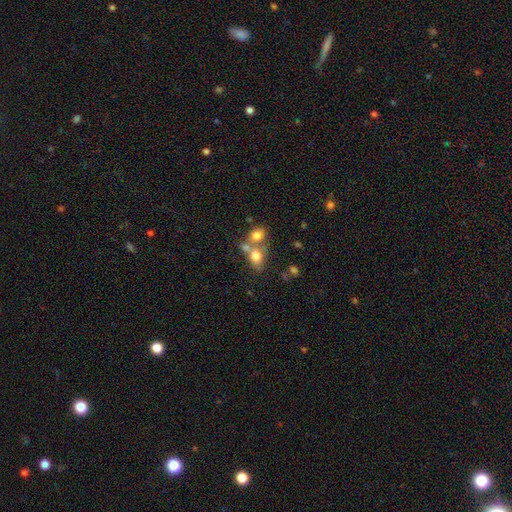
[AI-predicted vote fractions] Overall: smooth (72%). How rounded: in between (61%; round 37%). Merging: merger (53%; none 31%).